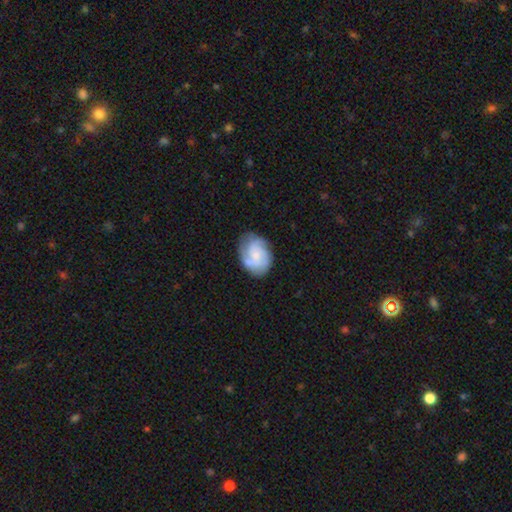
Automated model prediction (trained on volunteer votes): Q: Smooth or featured?
A: featured or disk (68%); runner-up: smooth (25%)
Q: Edge-on disk?
A: no (98%); runner-up: yes (2%)
Q: Bar?
A: no (71%); runner-up: weak (26%)
Q: Spiral arms?
A: yes (93%); runner-up: no (7%)
Q: Spiral winding?
A: tight (45%); runner-up: medium (42%)
Q: Spiral arm count?
A: 3 (40%); runner-up: 2 (23%)
Q: Bulge size?
A: small (56%); runner-up: moderate (24%)
Q: Merging?
A: none (72%); runner-up: minor disturbance (19%)